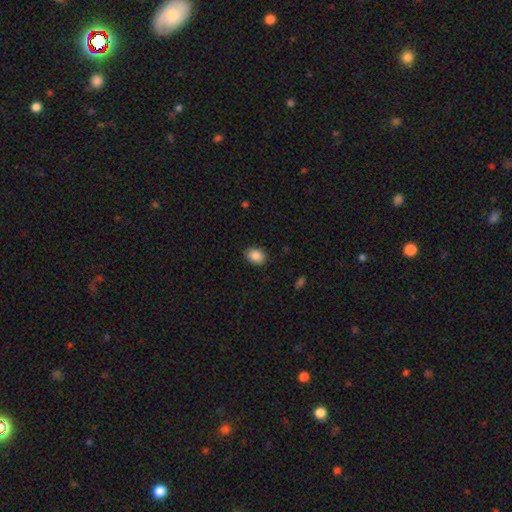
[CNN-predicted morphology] The model was most divided on "how rounded": in between: 68%, round: 31%, cigar-shaped: 1%. More confident: merging — none (88%); smooth or featured — smooth (88%).